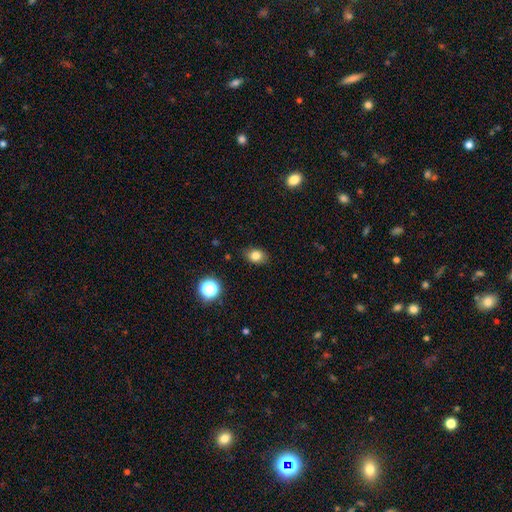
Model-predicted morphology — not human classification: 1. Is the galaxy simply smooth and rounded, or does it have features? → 80% smooth, 12% star or artifact, 8% featured or disk.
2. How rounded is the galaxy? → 65% in between, 33% round, 1% cigar-shaped.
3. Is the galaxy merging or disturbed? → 82% none, 14% minor disturbance, 3% major disturbance, 1% merger.